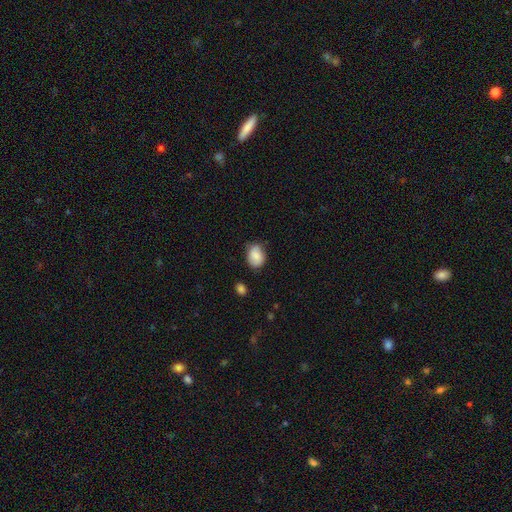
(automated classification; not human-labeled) This is clearly a smooth galaxy (84%). How rounded: likely in between (69%). Merging: likely none (67%).